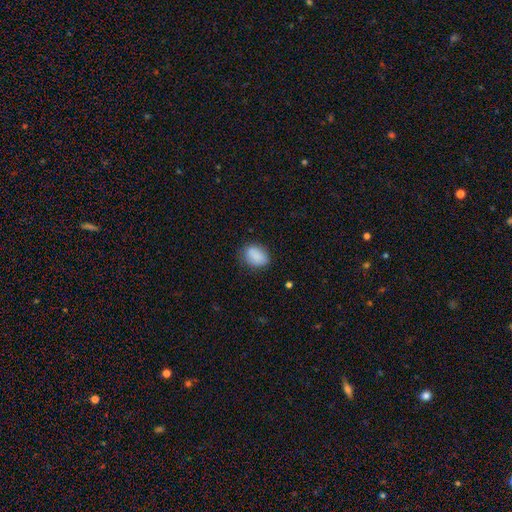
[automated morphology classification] type=smooth (87%); roundness=in between (73%); merging=none (76%).